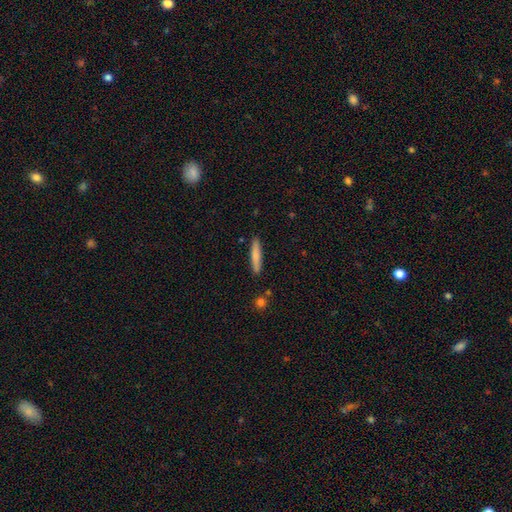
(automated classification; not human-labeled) The model was most divided on "smooth or featured": smooth: 77%, featured or disk: 18%, star or artifact: 6%. More confident: how rounded — cigar-shaped (91%); merging — none (88%).